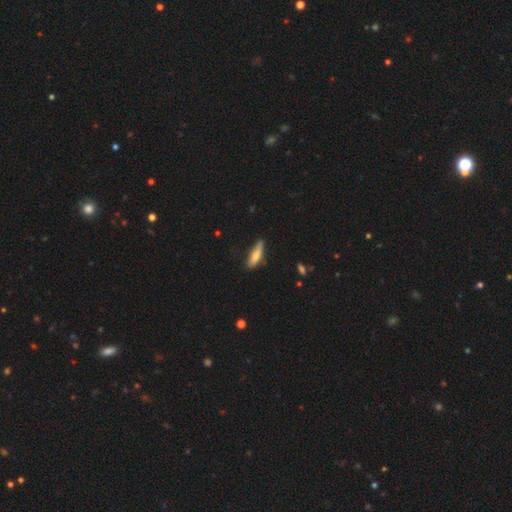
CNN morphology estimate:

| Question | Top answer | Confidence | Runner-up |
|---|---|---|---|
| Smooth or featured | smooth | 67% | featured or disk (27%) |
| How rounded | cigar-shaped | 69% | in between (29%) |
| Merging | none | 67% | minor disturbance (26%) |